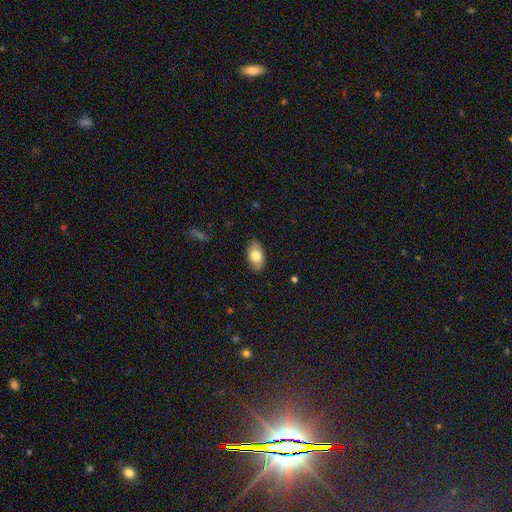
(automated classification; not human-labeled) The model was most divided on "smooth or featured": smooth: 78%, featured or disk: 15%, star or artifact: 6%. More confident: how rounded — in between (93%); merging — none (86%).